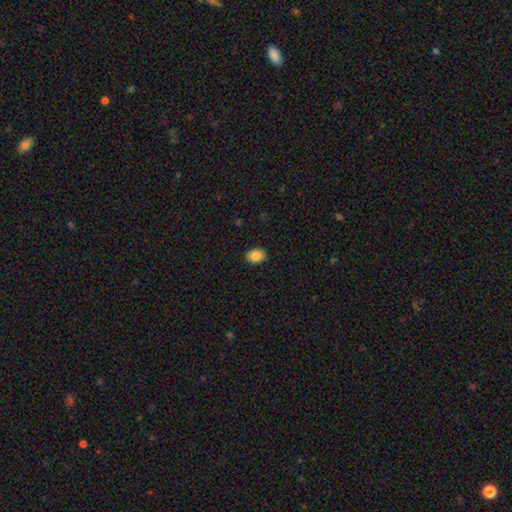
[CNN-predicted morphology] Smooth or featured? smooth (87%)
How rounded? in between (80%)
Merging? none (90%)